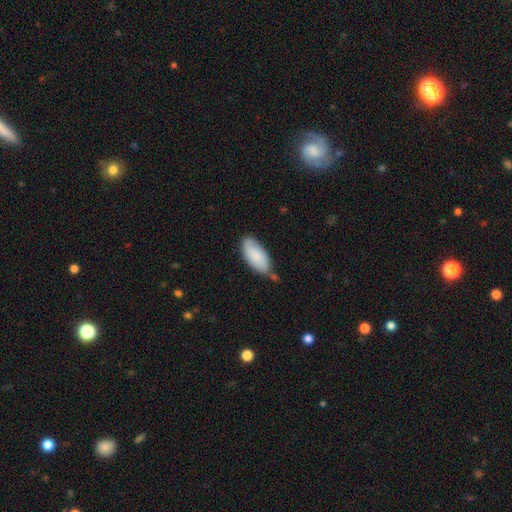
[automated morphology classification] Smooth or featured? Predicted: smooth (p=0.84). How rounded? Predicted: in between (p=0.90). Merging? Predicted: none (p=0.61).